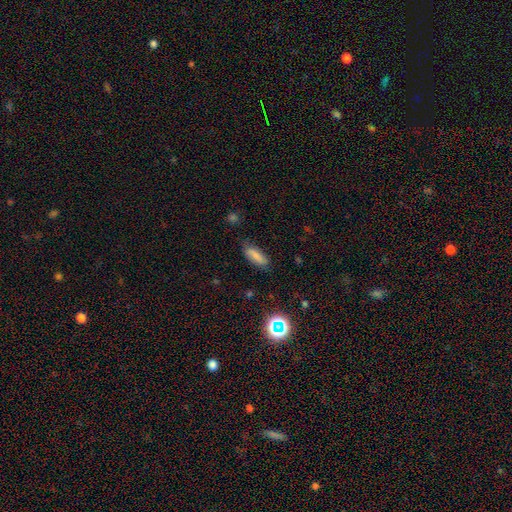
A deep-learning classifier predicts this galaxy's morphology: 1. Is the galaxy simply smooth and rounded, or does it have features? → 81% smooth, 10% featured or disk, 9% star or artifact.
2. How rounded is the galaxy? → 58% in between, 39% cigar-shaped, 2% round.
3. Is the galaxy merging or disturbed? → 76% none, 19% minor disturbance, 4% major disturbance, 2% merger.